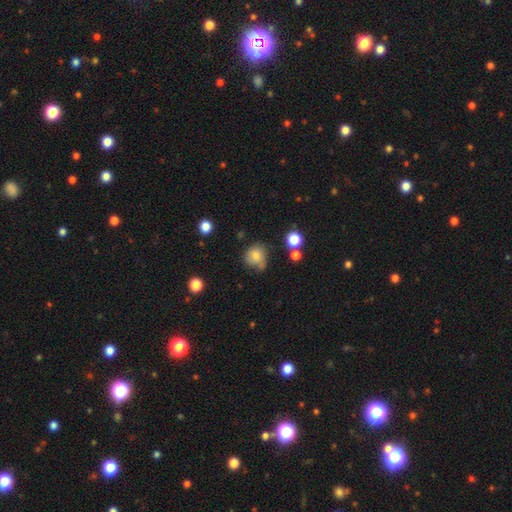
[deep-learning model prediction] This appears to be a smooth galaxy with no disk features (76%) that is round (81%). Merging: none (54%).